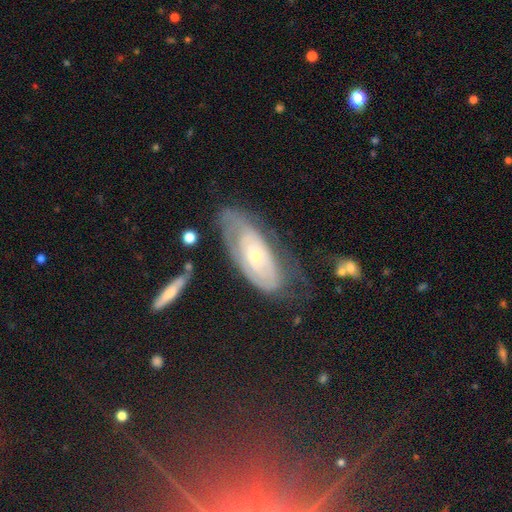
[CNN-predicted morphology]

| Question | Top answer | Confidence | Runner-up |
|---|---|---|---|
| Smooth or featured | featured or disk | 68% | smooth (23%) |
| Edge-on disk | no | 88% | yes (12%) |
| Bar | no | 81% | weak (15%) |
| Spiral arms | yes | 68% | no (32%) |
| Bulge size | small | 66% | moderate (29%) |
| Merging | none | 53% | minor disturbance (26%) |